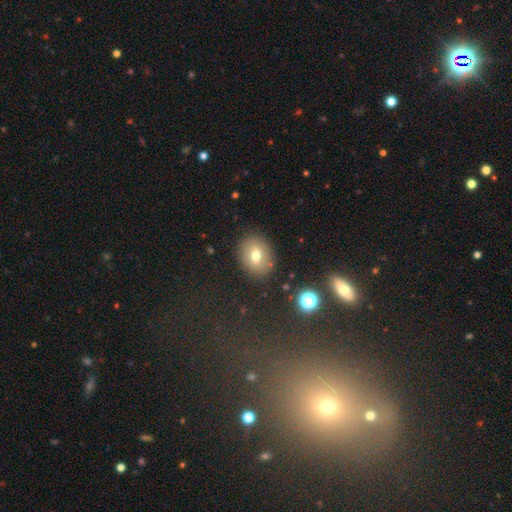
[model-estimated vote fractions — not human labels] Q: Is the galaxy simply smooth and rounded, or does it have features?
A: smooth — 68%.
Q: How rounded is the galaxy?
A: in between — 61%.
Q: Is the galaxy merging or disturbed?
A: none — 85%.